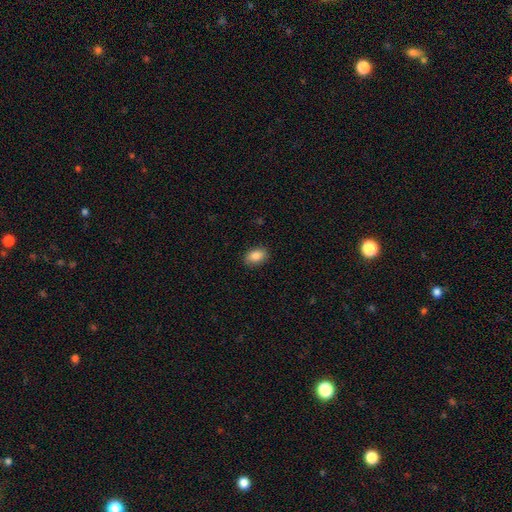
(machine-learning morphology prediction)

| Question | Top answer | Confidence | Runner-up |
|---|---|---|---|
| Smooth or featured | smooth | 87% | star or artifact (7%) |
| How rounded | in between | 87% | round (11%) |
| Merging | none | 88% | minor disturbance (9%) |